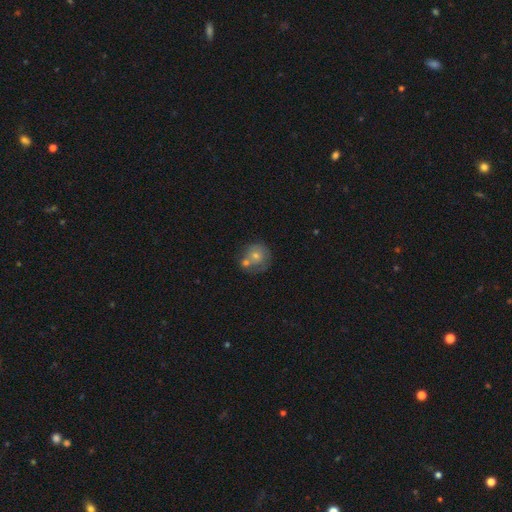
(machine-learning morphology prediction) Smooth or featured: smooth — 63% (featured or disk — 29%)
How rounded: round — 86% (in between — 13%)
Merging: merger — 45% (none — 37%)